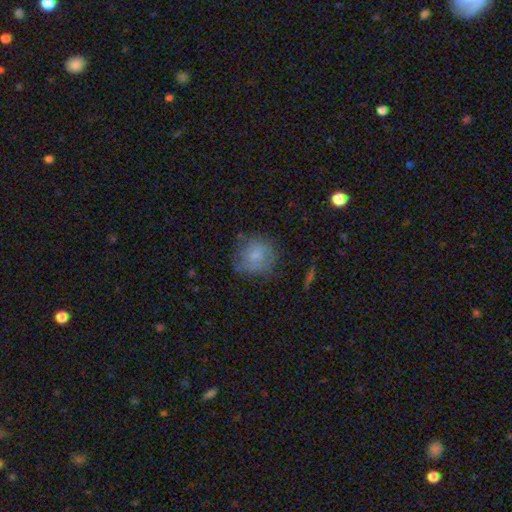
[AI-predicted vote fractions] The model was most divided on "smooth or featured": smooth: 65%, featured or disk: 26%, star or artifact: 10%. More confident: how rounded — round (85%); merging — none (64%).